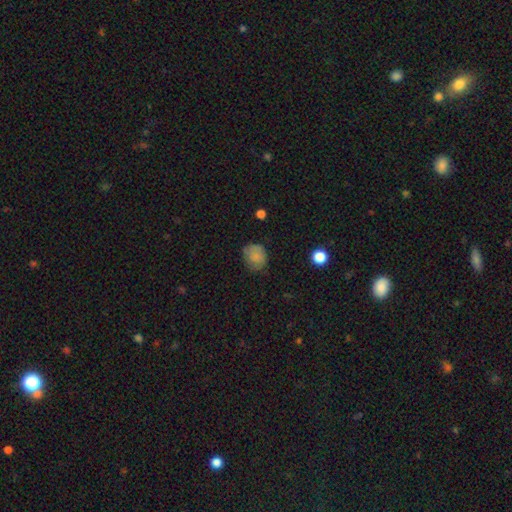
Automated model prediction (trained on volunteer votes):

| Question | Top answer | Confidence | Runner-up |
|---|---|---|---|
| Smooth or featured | smooth | 81% | star or artifact (10%) |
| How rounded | round | 63% | in between (36%) |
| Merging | none | 64% | minor disturbance (27%) |